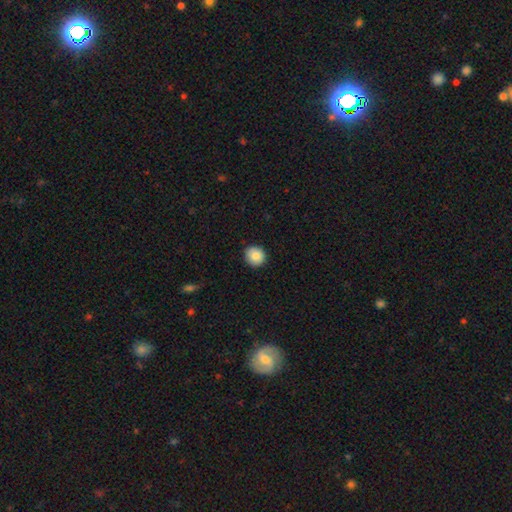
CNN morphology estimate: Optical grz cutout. It shows a smooth galaxy with no disk features (84%) that is round (91%). Merging: none (89%).